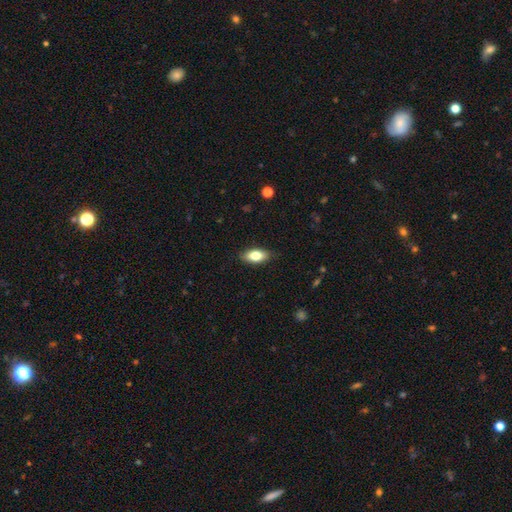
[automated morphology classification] Smooth or featured?
  - smooth: 77% *
  - featured or disk: 16%
  - star or artifact: 7%
How rounded?
  - in between: 86% *
  - cigar-shaped: 10%
  - round: 4%
Merging?
  - none: 85% *
  - minor disturbance: 11%
  - major disturbance: 2%
  - merger: 1%